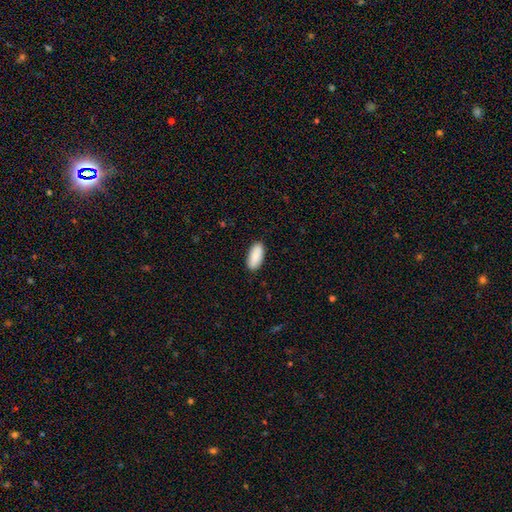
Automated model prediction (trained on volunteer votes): smooth 89%, star or artifact 6%, featured or disk 5%. Down the decision tree: how rounded — in between (90%); merging — none (89%).